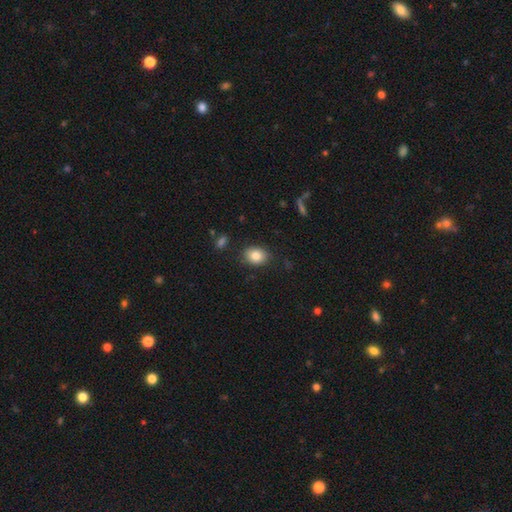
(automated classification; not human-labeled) A smooth galaxy with no disk features (84%) that is in between round and cigar-shaped (59%). Merging: none (85%).